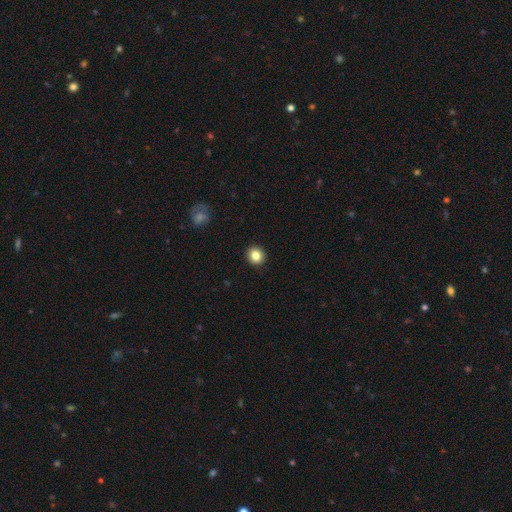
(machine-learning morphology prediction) A smooth galaxy with no disk features (84%) that is round (80%).

Vote fractions:
- Smooth or featured? smooth: 84% / star or artifact: 10% / featured or disk: 6%
- How rounded? round: 80% / in between: 19% / cigar-shaped: 1%
- Merging? none: 92% / minor disturbance: 5% / major disturbance: 2% / merger: 1%